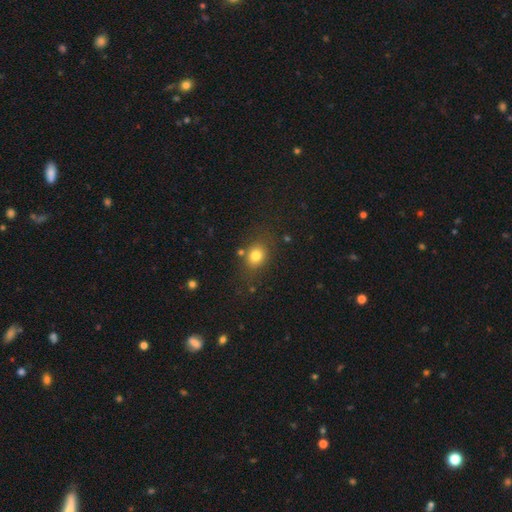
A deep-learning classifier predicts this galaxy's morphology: smooth 79%, star or artifact 13%, featured or disk 8%. Down the decision tree: how rounded — round (56%); merging — none (76%).